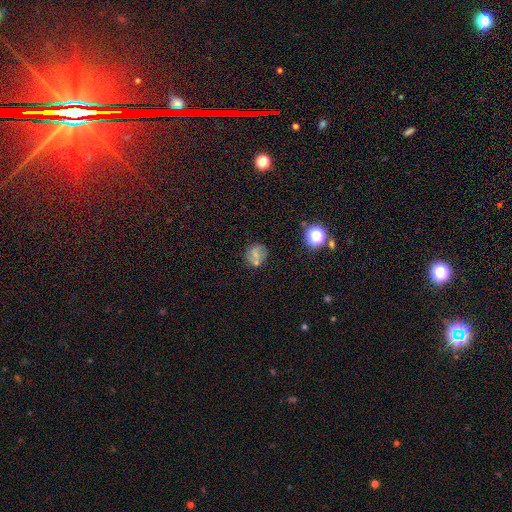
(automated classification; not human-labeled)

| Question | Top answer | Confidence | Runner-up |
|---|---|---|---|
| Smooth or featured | smooth | 57% | featured or disk (26%) |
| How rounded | round | 80% | in between (19%) |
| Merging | none | 65% | minor disturbance (16%) |